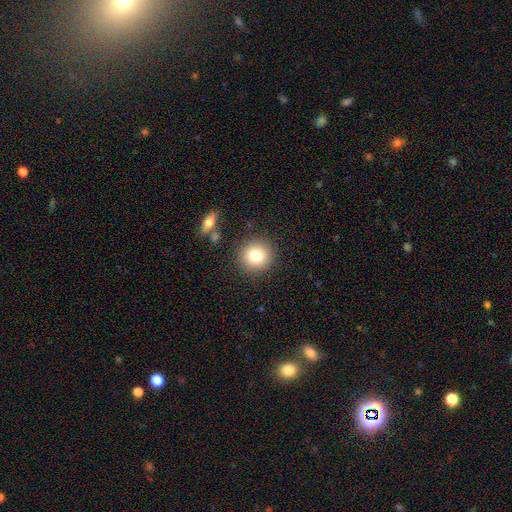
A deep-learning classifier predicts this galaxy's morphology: smooth-or-featured: smooth: 79% | star or artifact: 11% | featured or disk: 10%
  how-rounded: round: 92% | in between: 7% | cigar-shaped: 1%
  merging: none: 88% | minor disturbance: 7% | major disturbance: 3% | merger: 2%